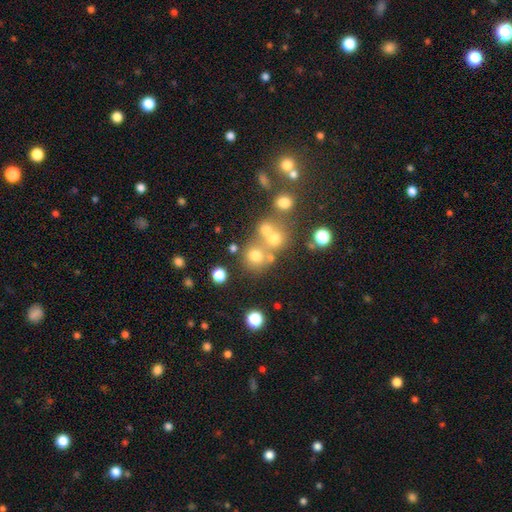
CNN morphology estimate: A smooth galaxy with no disk features (66%) that is round (83%).

Vote fractions:
- Smooth or featured? smooth: 66% / star or artifact: 19% / featured or disk: 15%
- How rounded? round: 83% / in between: 16% / cigar-shaped: 1%
- Merging? none: 54% / merger: 31% / minor disturbance: 9% / major disturbance: 5%